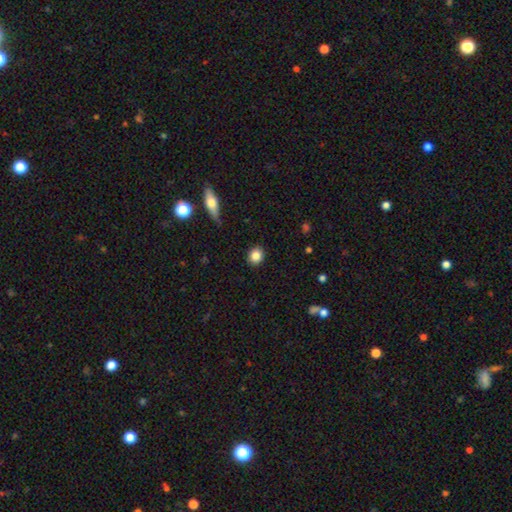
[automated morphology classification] This is clearly a smooth galaxy (84%). How rounded: likely round (72%). Merging: clearly none (89%).